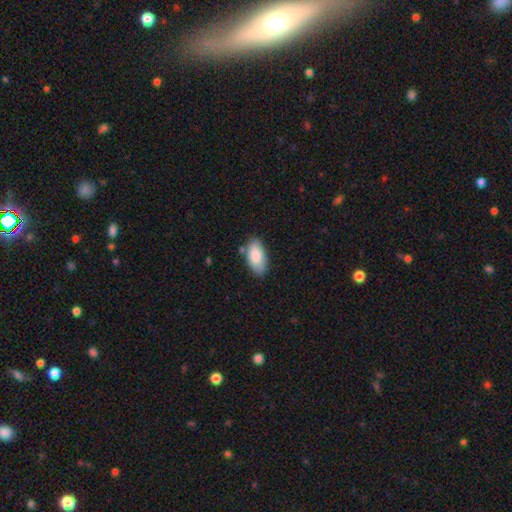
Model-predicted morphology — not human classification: Overall: smooth (85%). How rounded: in between (94%). Merging: none (78%).